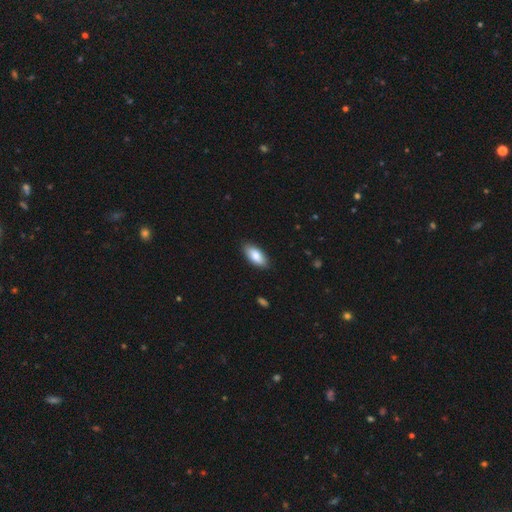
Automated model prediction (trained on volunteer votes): smooth 86%, featured or disk 8%, star or artifact 6%. Down the decision tree: how rounded — in between (89%); merging — none (88%).